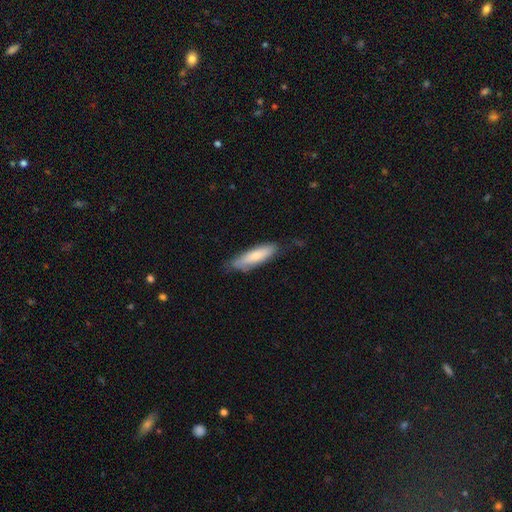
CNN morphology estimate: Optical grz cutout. It shows a smooth galaxy with no disk features (72%) that is cigar-shaped (64%). Merging: none (71%).